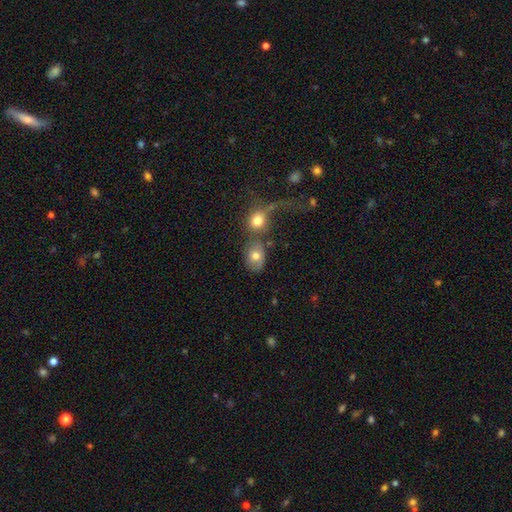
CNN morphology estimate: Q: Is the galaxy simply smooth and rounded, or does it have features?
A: smooth — 68%.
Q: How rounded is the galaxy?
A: in between — 64%.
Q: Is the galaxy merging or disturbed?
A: none — 39%.